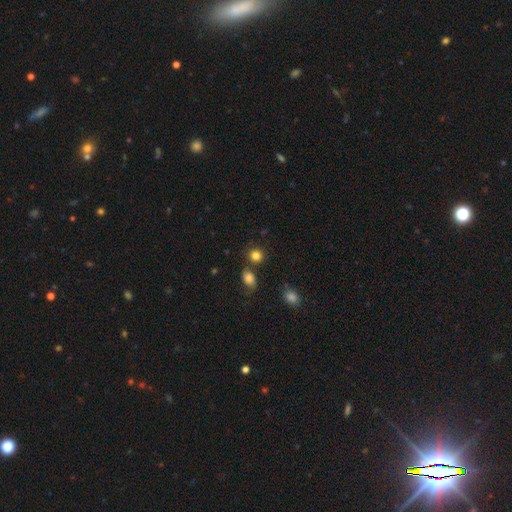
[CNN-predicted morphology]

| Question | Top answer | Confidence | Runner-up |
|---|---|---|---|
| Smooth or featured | smooth | 83% | star or artifact (12%) |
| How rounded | round | 82% | in between (17%) |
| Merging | none | 73% | merger (13%) |